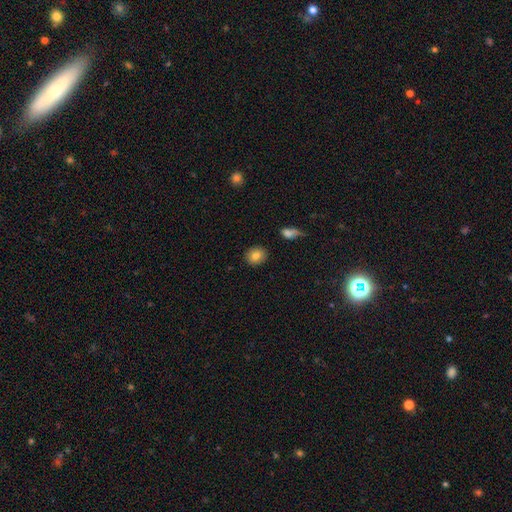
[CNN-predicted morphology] Smooth or featured?
  - smooth: 83% *
  - star or artifact: 9%
  - featured or disk: 8%
How rounded?
  - round: 71% *
  - in between: 28%
  - cigar-shaped: 1%
Merging?
  - none: 88% *
  - minor disturbance: 8%
  - major disturbance: 2%
  - merger: 2%